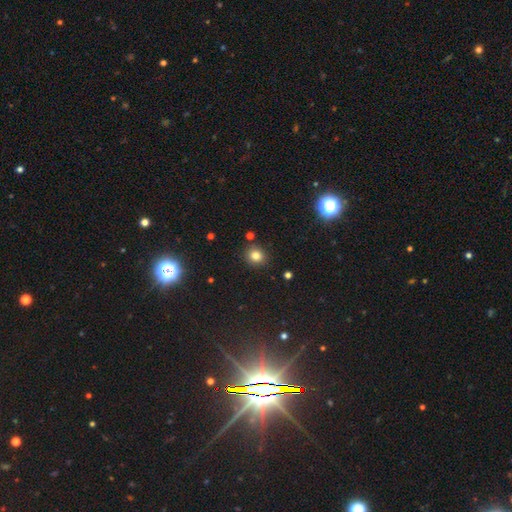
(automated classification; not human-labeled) Q: Smooth or featured?
A: smooth (78%); runner-up: star or artifact (15%)
Q: How rounded?
A: round (84%); runner-up: in between (15%)
Q: Merging?
A: none (86%); runner-up: minor disturbance (8%)